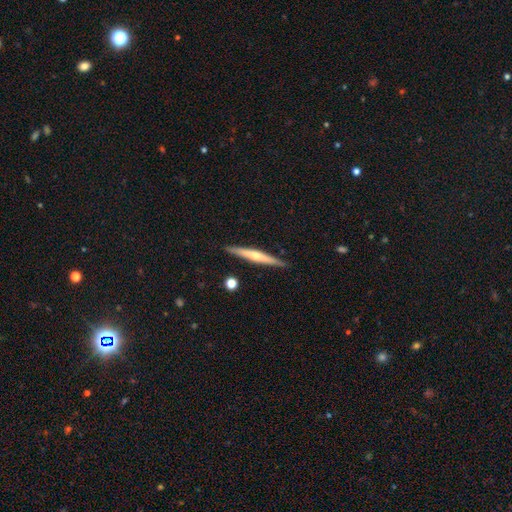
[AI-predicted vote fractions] This is likely a featured or disk galaxy (61%). It is clearly viewed edge-on (97%). Edge-on bulge: likely rounded (72%). Merging: clearly none (89%).